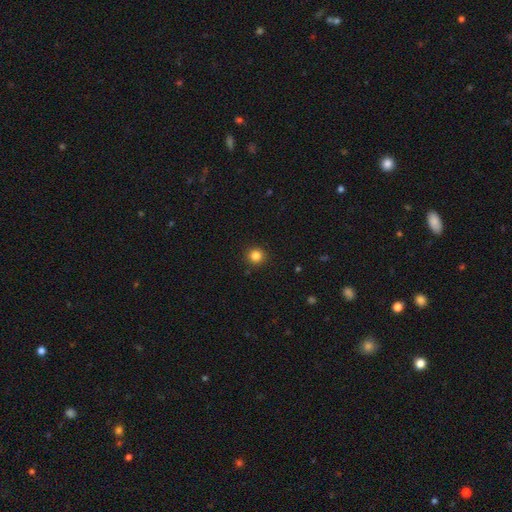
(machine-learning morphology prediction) Smooth or featured? Predicted: smooth (p=0.84). How rounded? Predicted: round (p=0.95). Merging? Predicted: none (p=0.92).